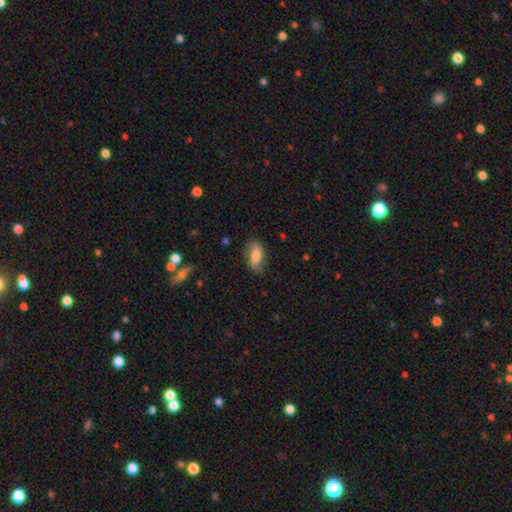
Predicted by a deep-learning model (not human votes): This appears to be a smooth galaxy with no disk features (68%) that is in between round and cigar-shaped (86%). Merging: none (67%).